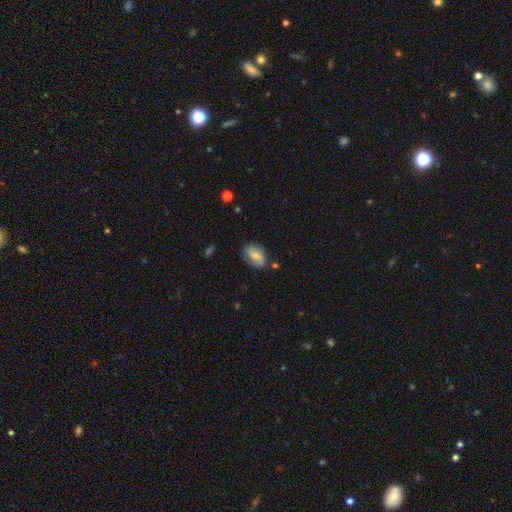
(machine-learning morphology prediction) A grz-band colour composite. It shows a smooth galaxy with no disk features (60%) that is in between round and cigar-shaped (84%). Merging: none (66%).